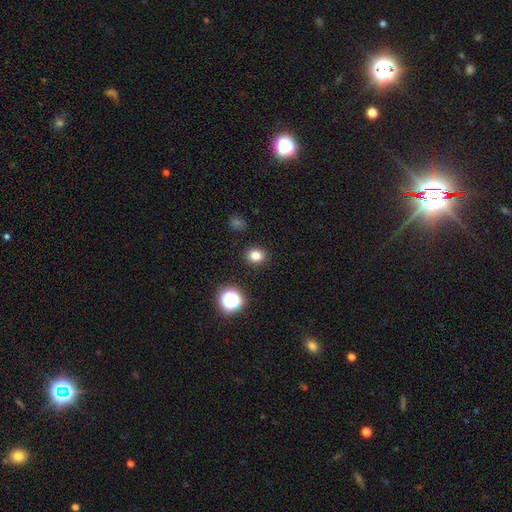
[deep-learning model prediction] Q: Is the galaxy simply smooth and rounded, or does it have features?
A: smooth — 80%.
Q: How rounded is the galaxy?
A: round — 73%.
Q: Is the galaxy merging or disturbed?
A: none — 90%.